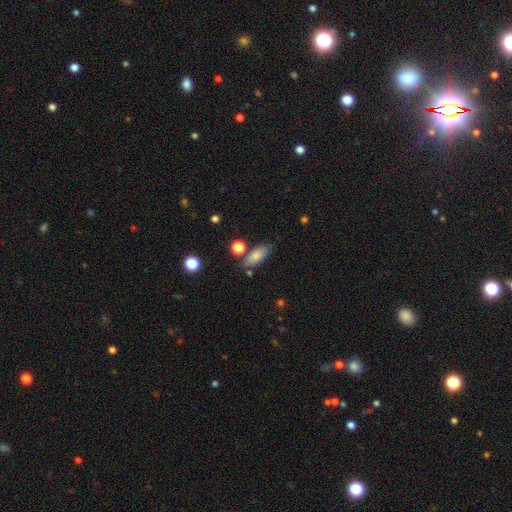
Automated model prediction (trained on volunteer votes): This appears to be a smooth galaxy with no disk features (80%) that is in between round and cigar-shaped (74%). Merging: none (73%).